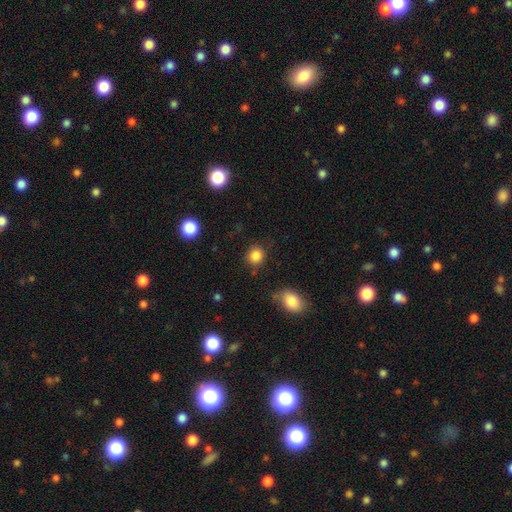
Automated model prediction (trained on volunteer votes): smooth_or_featured: smooth (p=0.86) [alt: star or artifact p=0.10]
how_rounded: round (p=0.83) [alt: in between p=0.16]
merging: none (p=0.84) [alt: minor disturbance p=0.10]